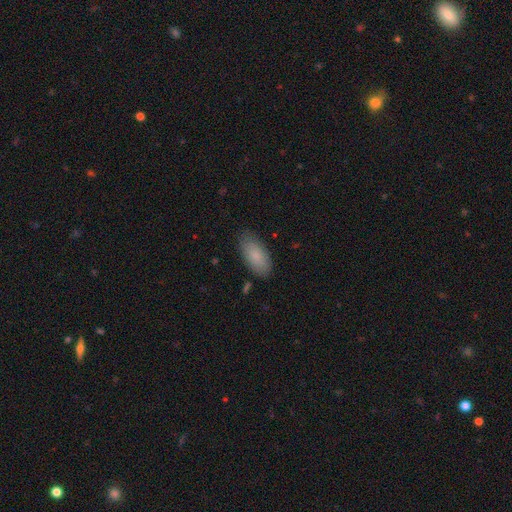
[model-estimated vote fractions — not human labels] The model was most divided on "merging": none: 82%, minor disturbance: 14%, major disturbance: 3%, merger: 1%. More confident: how rounded — in between (91%); smooth or featured — smooth (85%).